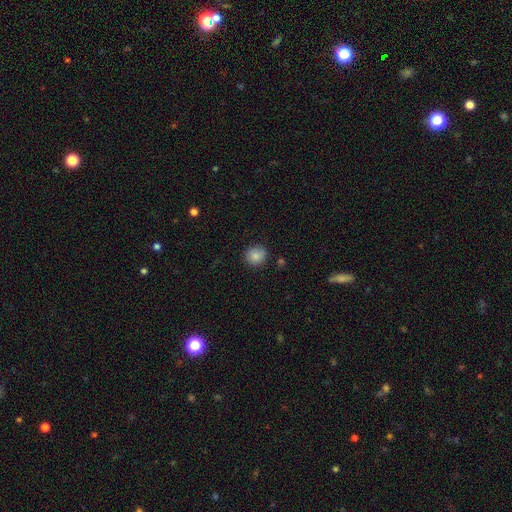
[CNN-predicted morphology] smooth-or-featured: smooth: 84% | star or artifact: 10% | featured or disk: 6%
  how-rounded: round: 86% | in between: 13% | cigar-shaped: 1%
  merging: none: 85% | minor disturbance: 11% | major disturbance: 2% | merger: 2%